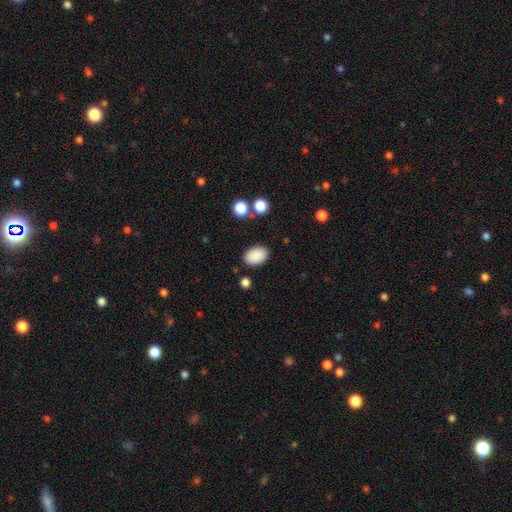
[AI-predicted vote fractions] This is clearly a smooth galaxy (89%). How rounded: clearly in between (88%). Merging: clearly none (85%).